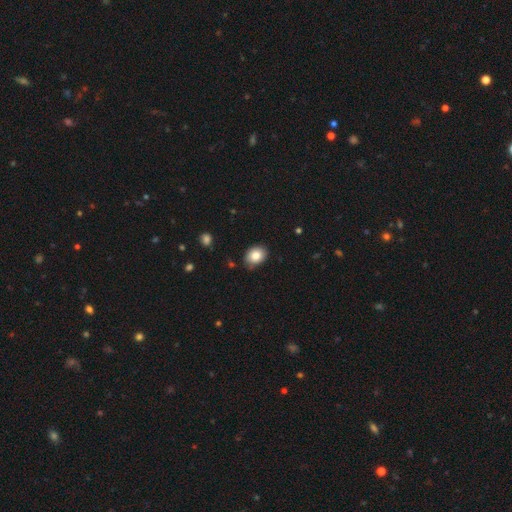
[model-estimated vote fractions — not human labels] Smooth or featured? Predicted: smooth (p=0.83). How rounded? Predicted: in between (p=0.60). Merging? Predicted: none (p=0.81).